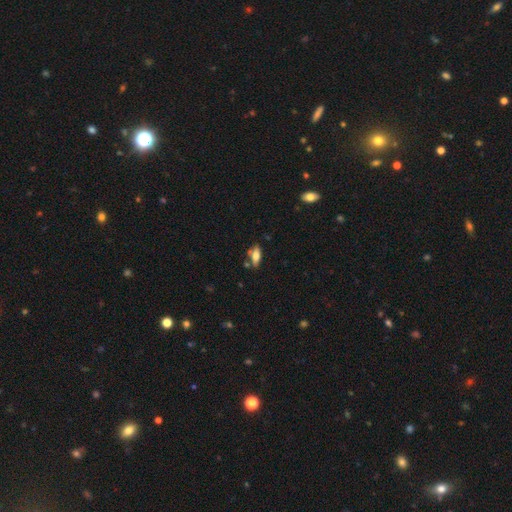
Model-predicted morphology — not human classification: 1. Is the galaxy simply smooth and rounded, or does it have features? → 60% smooth, 32% featured or disk, 8% star or artifact.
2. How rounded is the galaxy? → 73% in between, 24% cigar-shaped, 3% round.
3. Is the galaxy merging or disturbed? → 70% none, 16% minor disturbance, 10% merger, 4% major disturbance.